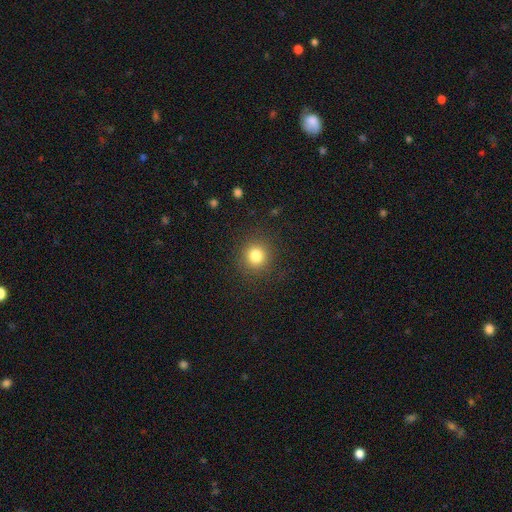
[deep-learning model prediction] smooth_or_featured: smooth (p=0.82) [alt: star or artifact p=0.12]
how_rounded: round (p=0.92) [alt: in between p=0.07]
merging: none (p=0.89) [alt: minor disturbance p=0.07]